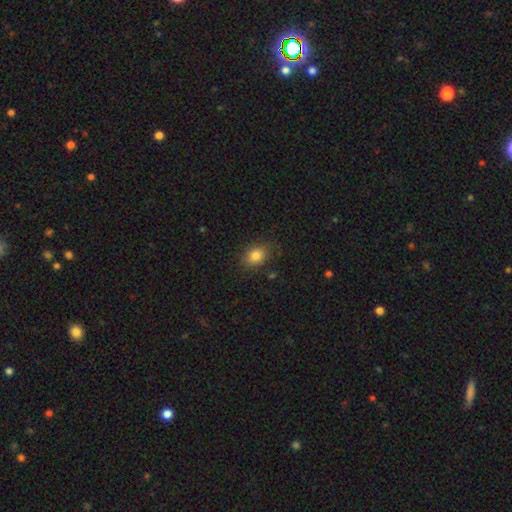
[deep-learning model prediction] Q: Smooth or featured?
A: smooth (83%); runner-up: star or artifact (10%)
Q: How rounded?
A: in between (67%); runner-up: round (31%)
Q: Merging?
A: none (82%); runner-up: minor disturbance (13%)